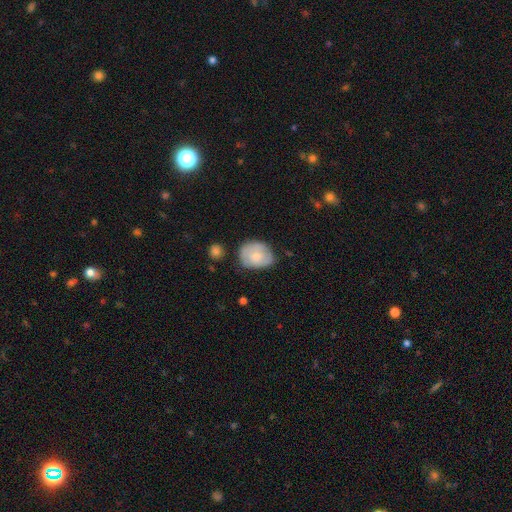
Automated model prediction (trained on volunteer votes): A smooth galaxy with no disk features (57%) that is in between round and cigar-shaped (50%). Merging: none (62%).